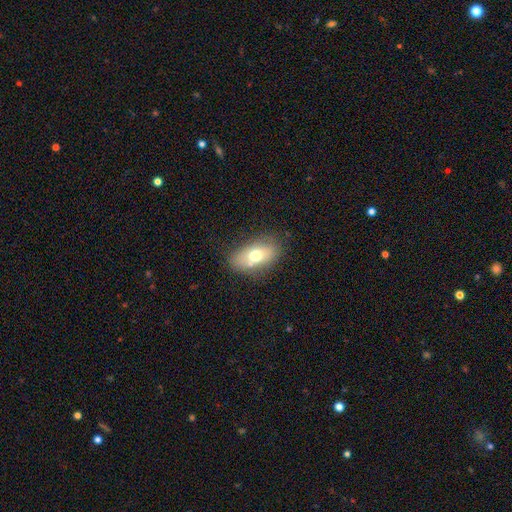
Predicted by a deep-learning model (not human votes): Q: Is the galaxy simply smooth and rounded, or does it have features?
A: smooth — 66%.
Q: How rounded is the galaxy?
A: in between — 87%.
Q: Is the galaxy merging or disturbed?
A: none — 70%.